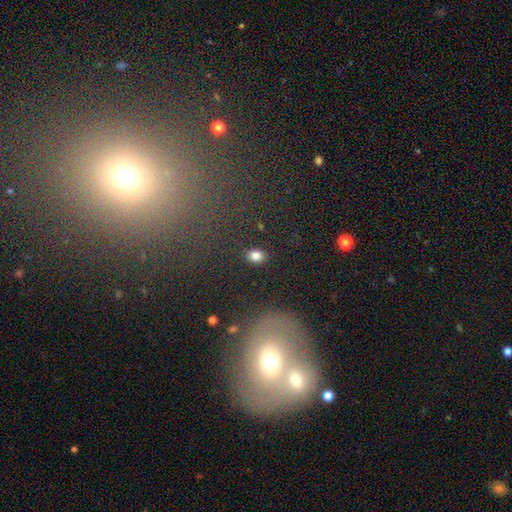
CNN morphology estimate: smooth_or_featured: smooth (p=0.83) [alt: star or artifact p=0.12]
how_rounded: in between (p=0.54) [alt: round p=0.44]
merging: none (p=0.88) [alt: minor disturbance p=0.08]